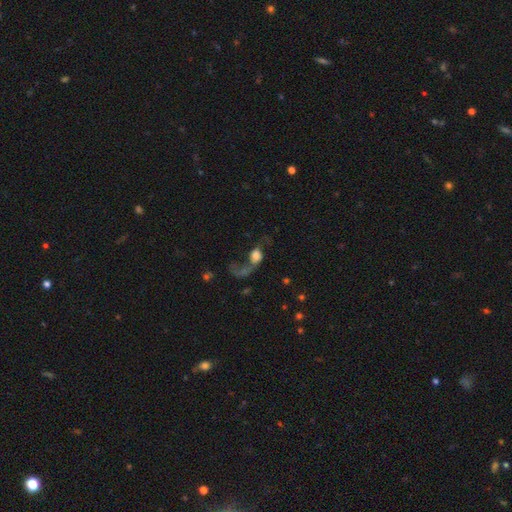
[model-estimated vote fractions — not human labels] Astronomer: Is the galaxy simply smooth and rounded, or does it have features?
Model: featured or disk — 44% (runner-up: smooth, 43%).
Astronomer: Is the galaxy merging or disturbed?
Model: major disturbance — 51%.